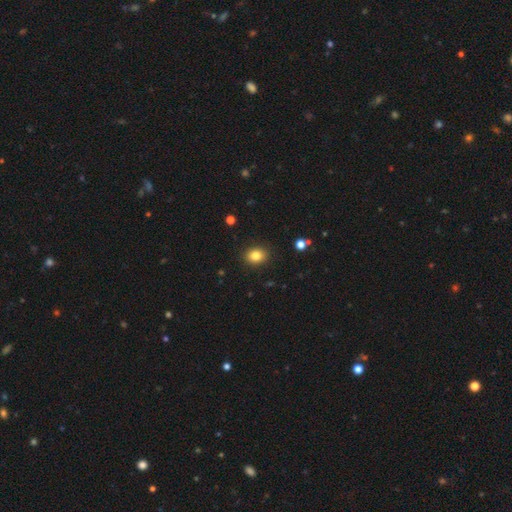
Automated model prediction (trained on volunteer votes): Smooth or featured?
  - smooth: 83% *
  - star or artifact: 11%
  - featured or disk: 6%
How rounded?
  - round: 51% *
  - in between: 48%
  - cigar-shaped: 1%
Merging?
  - none: 90% *
  - minor disturbance: 7%
  - major disturbance: 2%
  - merger: 1%